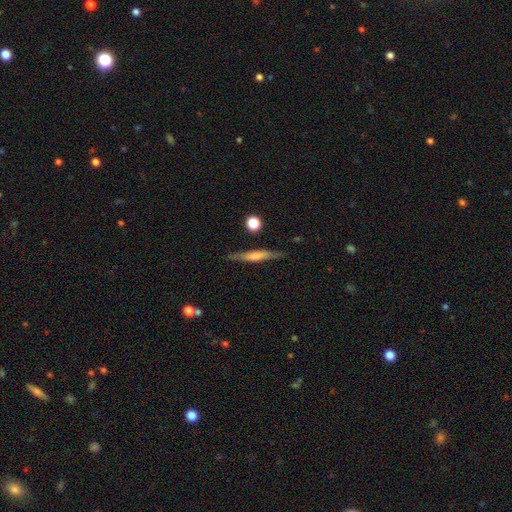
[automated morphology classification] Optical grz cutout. It shows a smooth galaxy with no disk features (50%). Merging: none (83%).